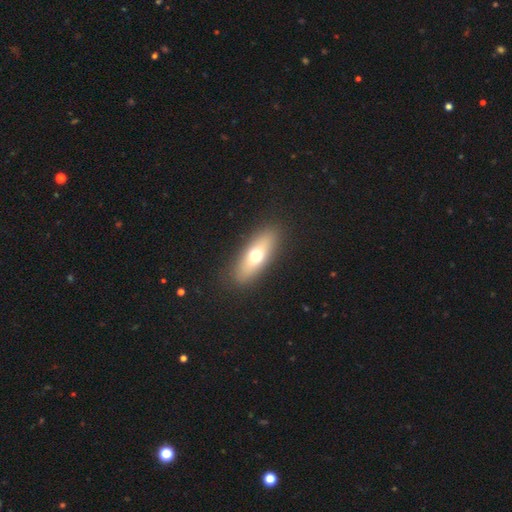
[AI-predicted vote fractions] A smooth galaxy with no disk features (62%) that is in between round and cigar-shaped (59%). Merging: none (89%).